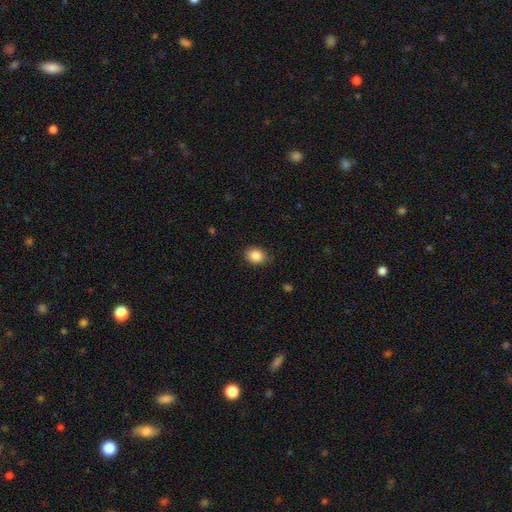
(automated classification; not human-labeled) This is clearly a smooth galaxy (87%). How rounded: possibly in between (52%). Merging: clearly none (83%).